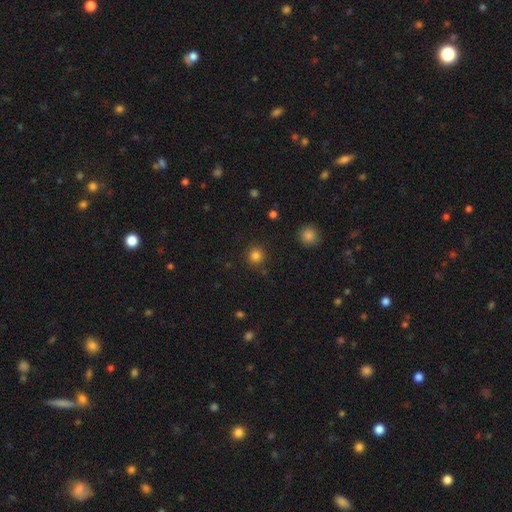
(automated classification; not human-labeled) smooth-or-featured: smooth: 82% | star or artifact: 13% | featured or disk: 5%
  how-rounded: round: 93% | in between: 6% | cigar-shaped: 1%
  merging: none: 88% | minor disturbance: 7% | major disturbance: 3% | merger: 2%